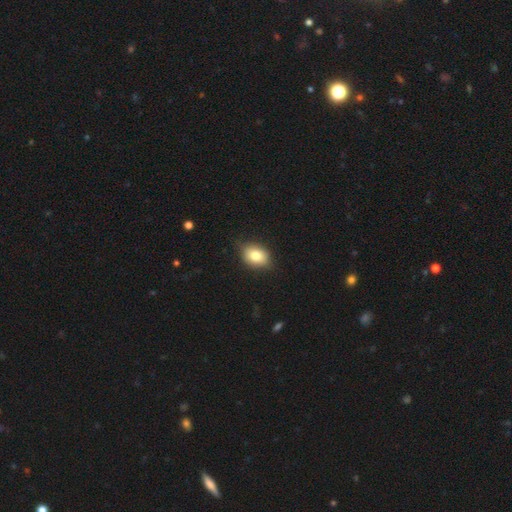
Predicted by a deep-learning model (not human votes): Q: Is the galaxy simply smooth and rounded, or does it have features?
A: smooth — 80%.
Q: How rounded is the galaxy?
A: in between — 69%.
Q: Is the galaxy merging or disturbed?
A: none — 77%.